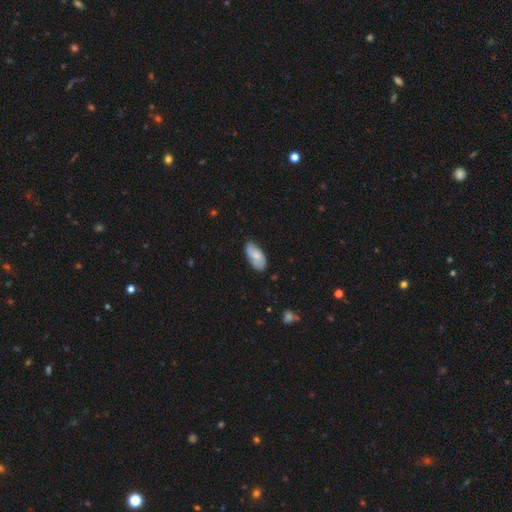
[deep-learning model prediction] Smooth or featured? Predicted: smooth (p=0.68). How rounded? Predicted: in between (p=0.91). Merging? Predicted: none (p=0.71).